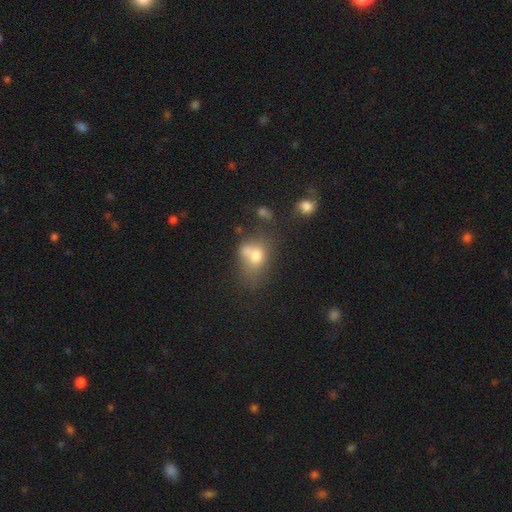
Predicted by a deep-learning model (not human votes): smooth 68%, featured or disk 19%, star or artifact 13%. Down the decision tree: how rounded — in between (55%); merging — merger (37%).